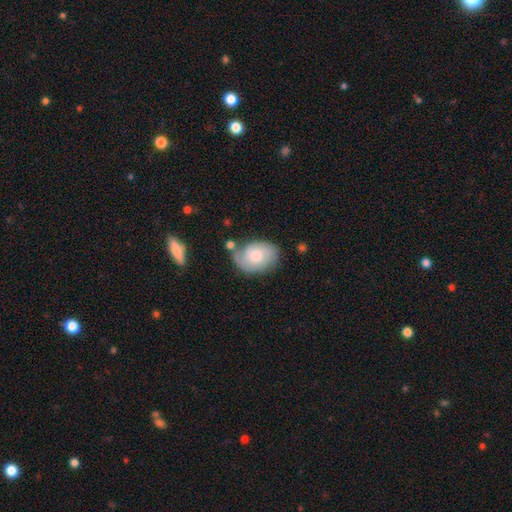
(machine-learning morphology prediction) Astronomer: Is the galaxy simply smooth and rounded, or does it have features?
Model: featured or disk — 51% (runner-up: smooth, 42%).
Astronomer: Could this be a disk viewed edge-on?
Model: no — 96%.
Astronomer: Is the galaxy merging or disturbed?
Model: none — 57%.